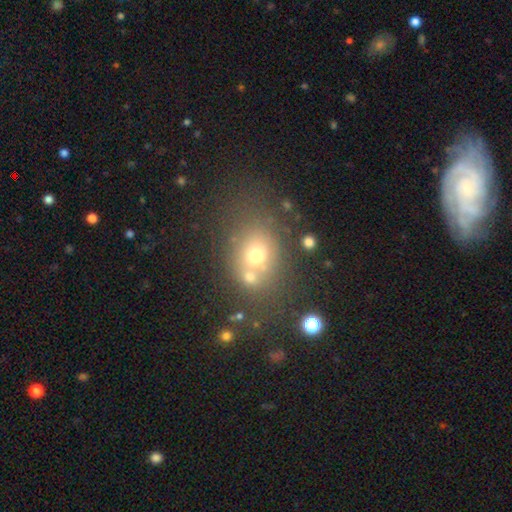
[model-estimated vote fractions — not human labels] Smooth or featured: smooth — 60% (star or artifact — 20%)
How rounded: in between — 50% (round — 48%)
Merging: none — 51% (merger — 31%)